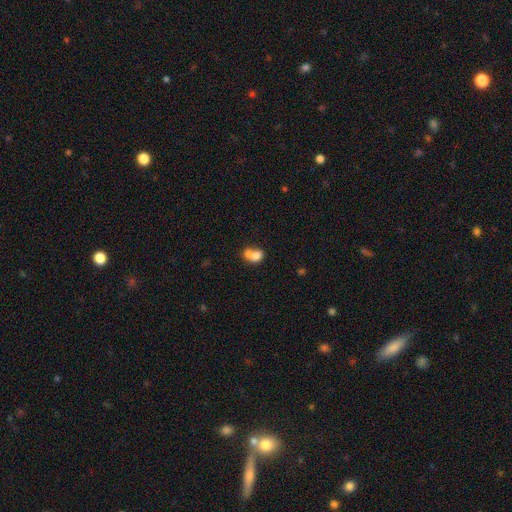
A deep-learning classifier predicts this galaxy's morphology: Overall: smooth (73%). How rounded: round (52%; in between 47%). Merging: merger (68%).